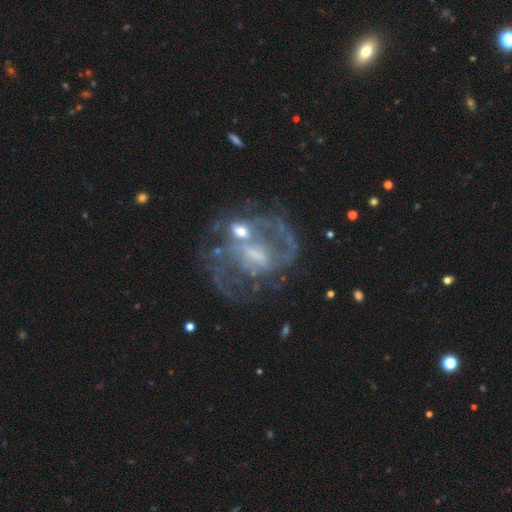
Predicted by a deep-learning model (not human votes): Smooth or featured: featured or disk — 79% (star or artifact — 11%)
Edge-on disk: no — 97% (yes — 3%)
Bar: weak — 43% (no — 29%)
Spiral arms: yes — 73% (no — 27%)
Spiral winding: medium — 43% (loose — 36%)
Spiral arm count: 2 — 42% (can't tell — 31%)
Bulge size: small — 33% (none — 30%)
Merging: none — 38% (major disturbance — 31%)